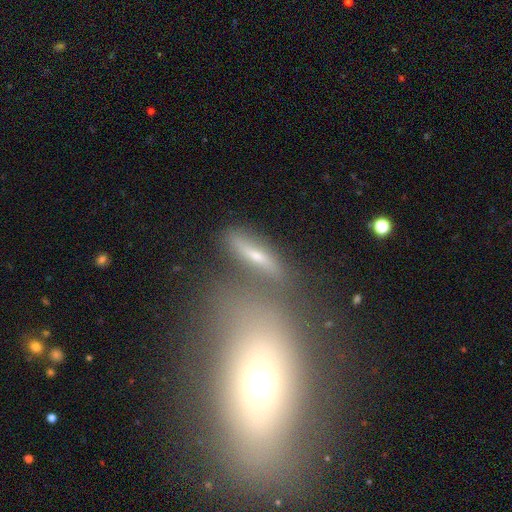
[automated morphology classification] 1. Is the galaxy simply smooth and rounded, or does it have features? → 42% featured or disk, 41% smooth, 16% star or artifact.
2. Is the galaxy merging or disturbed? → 65% none, 15% minor disturbance, 12% merger, 8% major disturbance.